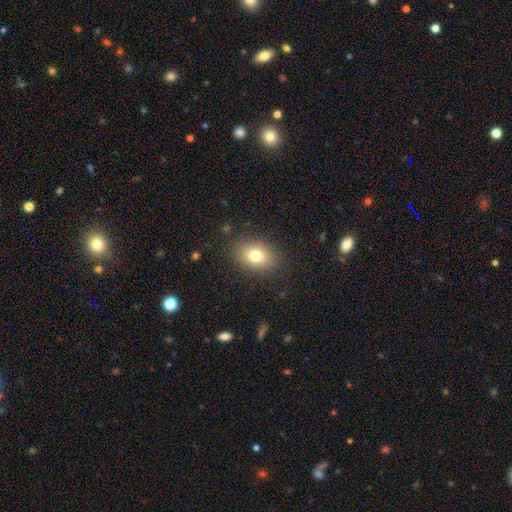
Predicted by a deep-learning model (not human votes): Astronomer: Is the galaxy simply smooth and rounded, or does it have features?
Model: smooth — 79%.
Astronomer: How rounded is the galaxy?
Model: in between — 74%.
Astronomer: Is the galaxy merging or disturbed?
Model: none — 84%.